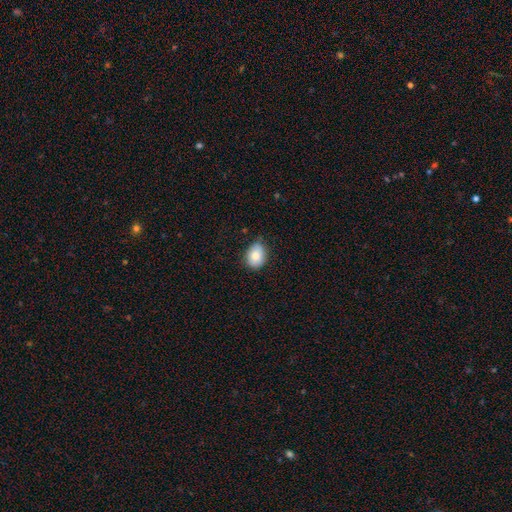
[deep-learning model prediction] Morphology: type=smooth (81%); roundness=in between (64%); merging=none (73%).